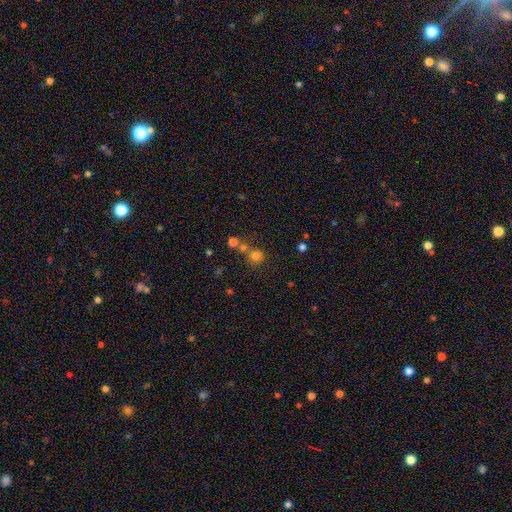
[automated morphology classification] Overall: smooth (72%). How rounded: round (90%). Merging: none (61%; merger 26%).